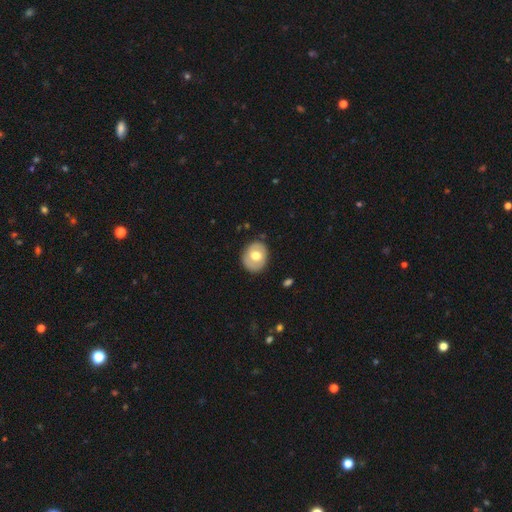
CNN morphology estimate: A smooth galaxy with no disk features (59%) that is round (60%). Merging: none (83%).